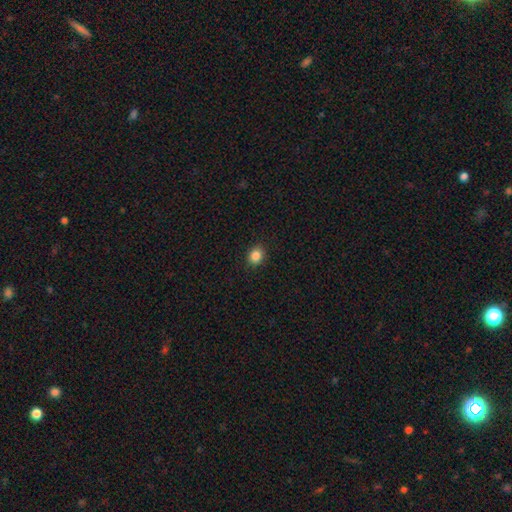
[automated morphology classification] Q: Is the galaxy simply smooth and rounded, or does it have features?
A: smooth — 86%.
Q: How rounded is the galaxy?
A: round — 64%.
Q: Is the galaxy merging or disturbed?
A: none — 90%.